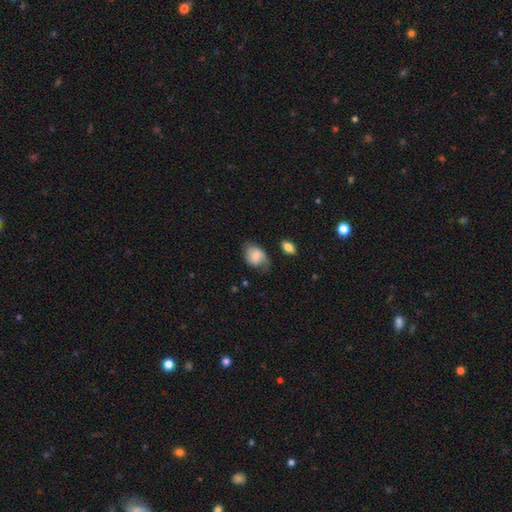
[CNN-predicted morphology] This is likely a smooth galaxy (65%). How rounded: likely in between (74%). Merging: possibly none (46%).